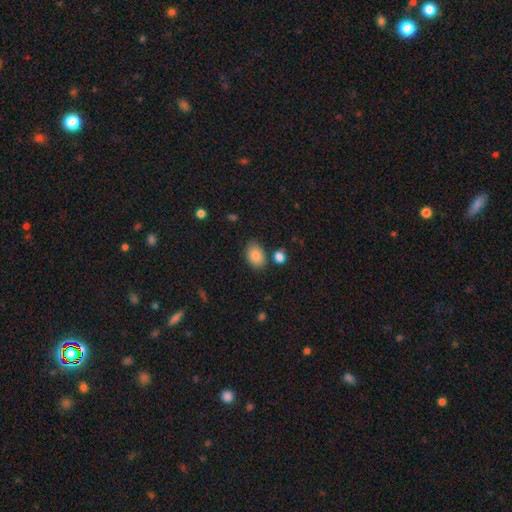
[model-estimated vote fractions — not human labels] Morphology: type=smooth (87%); roundness=in between (80%); merging=none (72%).